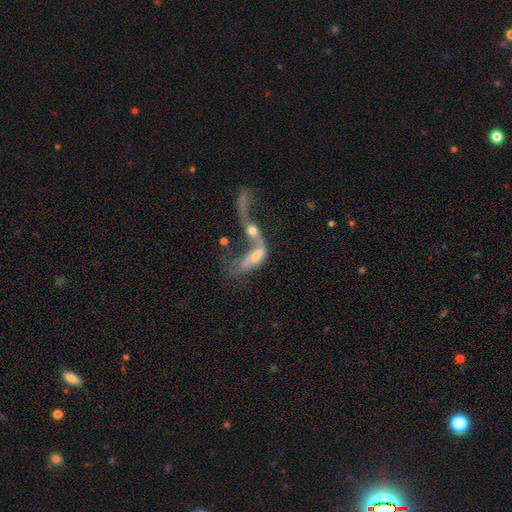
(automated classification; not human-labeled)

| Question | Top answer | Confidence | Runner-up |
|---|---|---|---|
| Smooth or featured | featured or disk | 55% | smooth (35%) |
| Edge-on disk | no | 85% | yes (15%) |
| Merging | merger | 73% | major disturbance (16%) |